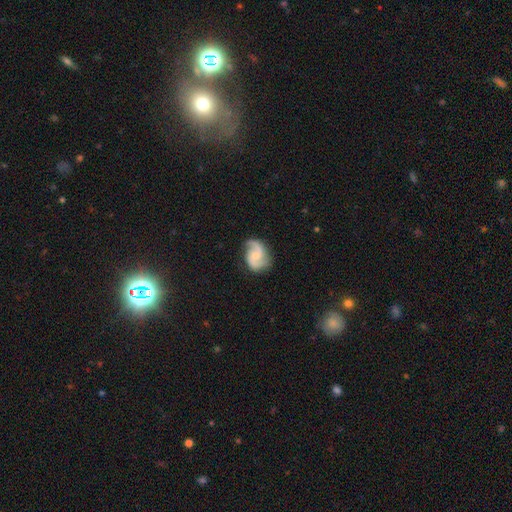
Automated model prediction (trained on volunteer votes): Smooth or featured? featured or disk (88%)
Edge-on disk? no (98%)
Bar? no (54%)
Spiral arms? yes (98%)
Spiral winding? medium (56%)
Spiral arm count? 2 (92%)
Bulge size? small (51%)
Merging? none (77%)